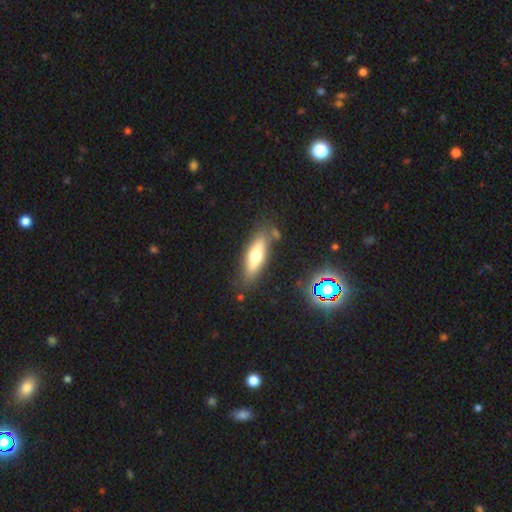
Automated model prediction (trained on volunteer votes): Smooth or featured? Predicted: smooth (p=0.57). How rounded? Predicted: cigar-shaped (p=0.52). Merging? Predicted: none (p=0.78).